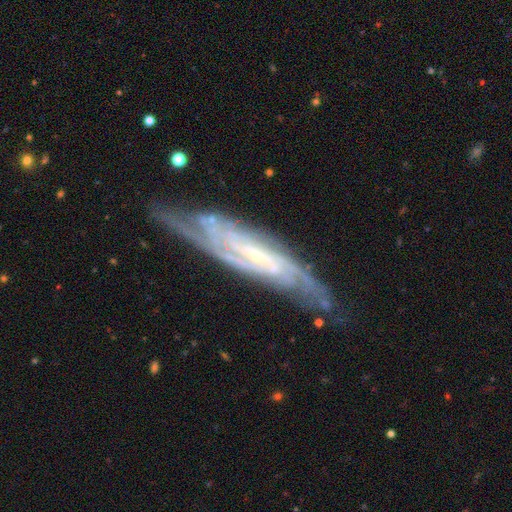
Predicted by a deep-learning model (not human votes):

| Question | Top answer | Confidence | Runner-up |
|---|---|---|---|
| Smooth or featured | featured or disk | 87% | smooth (7%) |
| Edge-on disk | no | 73% | yes (27%) |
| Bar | weak | 39% | no (35%) |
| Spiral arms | yes | 96% | no (4%) |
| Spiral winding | tight | 62% | medium (31%) |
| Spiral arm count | can't tell | 35% | 2 (23%) |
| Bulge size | small | 75% | moderate (17%) |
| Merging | none | 71% | minor disturbance (20%) |